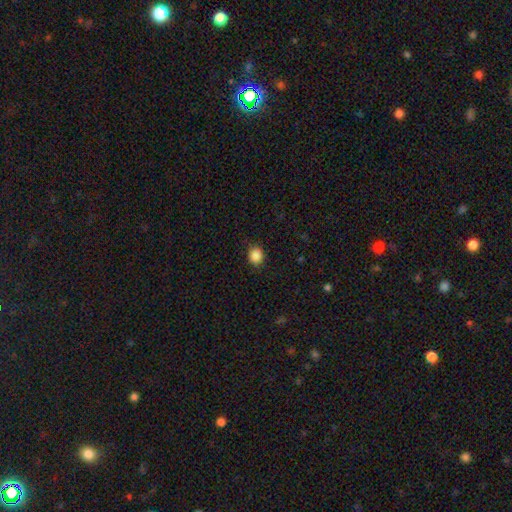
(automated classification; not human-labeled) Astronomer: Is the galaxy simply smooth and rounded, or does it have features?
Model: smooth — 87%.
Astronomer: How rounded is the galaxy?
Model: round — 77%.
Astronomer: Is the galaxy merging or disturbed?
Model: none — 87%.